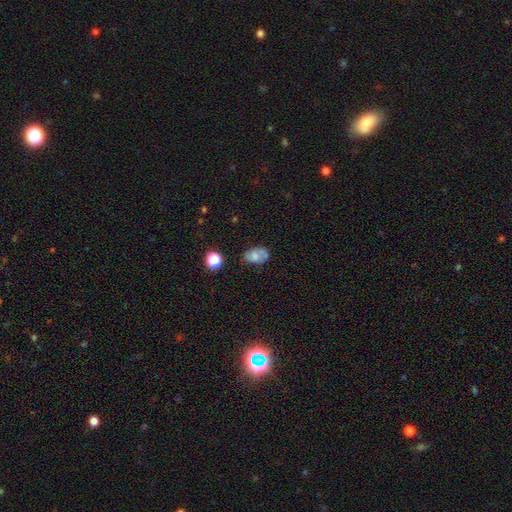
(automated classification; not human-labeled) This appears to be a smooth galaxy with no disk features (60%) that is in between round and cigar-shaped (82%). Merging: none (57%).